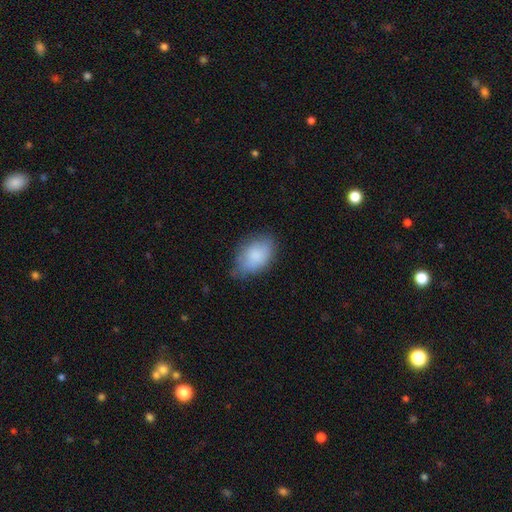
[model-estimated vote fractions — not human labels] This appears to be a smooth galaxy with no disk features (83%) that is in between round and cigar-shaped (88%). Merging: none (59%).